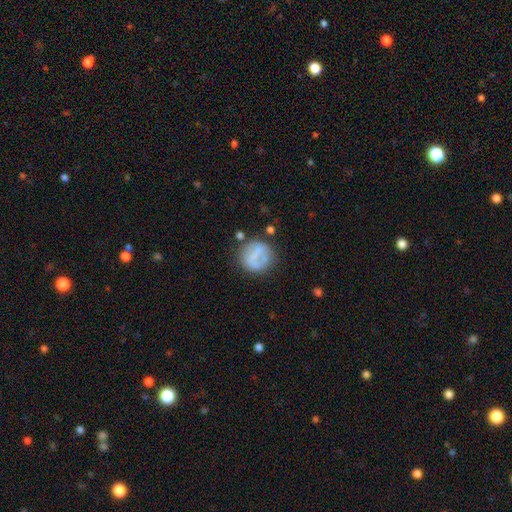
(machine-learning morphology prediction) smooth-or-featured: smooth: 57% | featured or disk: 34% | star or artifact: 10%
  how-rounded: round: 87% | in between: 12% | cigar-shaped: 1%
  merging: none: 61% | minor disturbance: 19% | major disturbance: 12% | merger: 9%